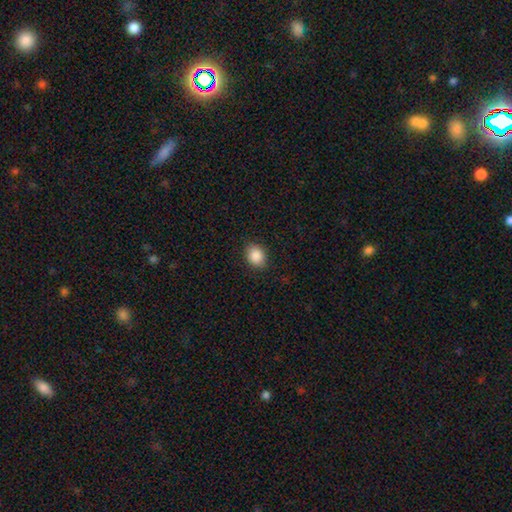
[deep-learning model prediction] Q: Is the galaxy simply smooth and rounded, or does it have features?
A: smooth — 88%.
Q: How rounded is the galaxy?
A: in between — 54%.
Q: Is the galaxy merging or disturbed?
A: none — 88%.